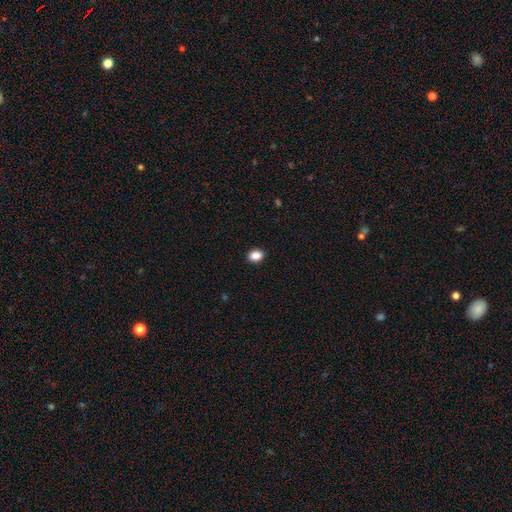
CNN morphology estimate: Smooth or featured? smooth (88%)
How rounded? in between (68%)
Merging? none (91%)